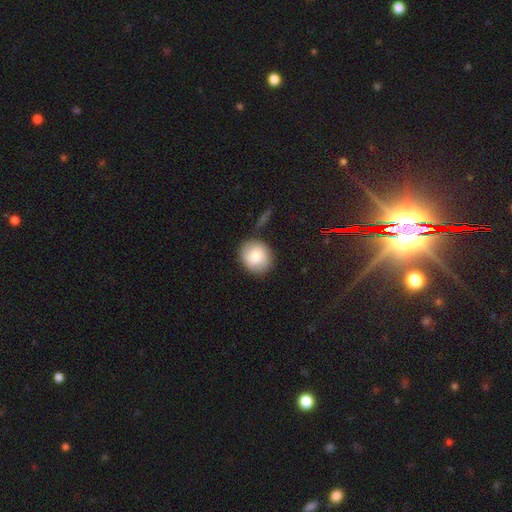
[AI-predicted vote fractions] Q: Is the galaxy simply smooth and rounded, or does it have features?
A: smooth — 74%.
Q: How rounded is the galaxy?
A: round — 82%.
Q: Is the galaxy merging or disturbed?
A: none — 80%.